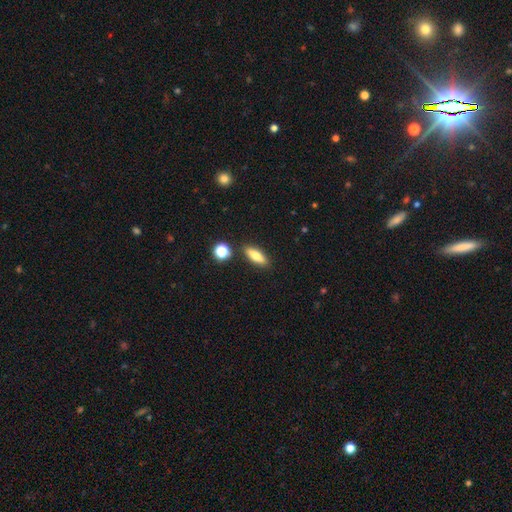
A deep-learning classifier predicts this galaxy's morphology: Smooth or featured?
  - smooth: 73% *
  - featured or disk: 19%
  - star or artifact: 8%
How rounded?
  - in between: 57% *
  - cigar-shaped: 39%
  - round: 4%
Merging?
  - none: 85% *
  - minor disturbance: 9%
  - merger: 4%
  - major disturbance: 2%